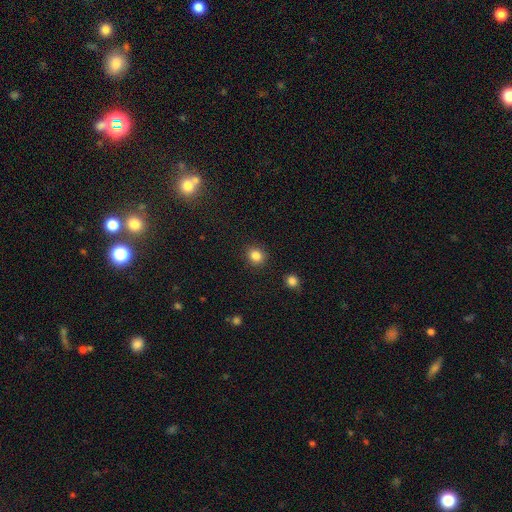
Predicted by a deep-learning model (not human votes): This appears to be a smooth galaxy with no disk features (84%) that is round (83%). Merging: none (89%).